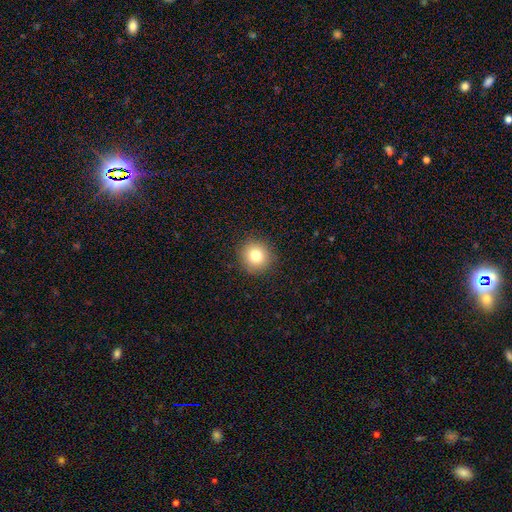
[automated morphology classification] Smooth or featured? smooth (80%)
How rounded? round (93%)
Merging? none (91%)